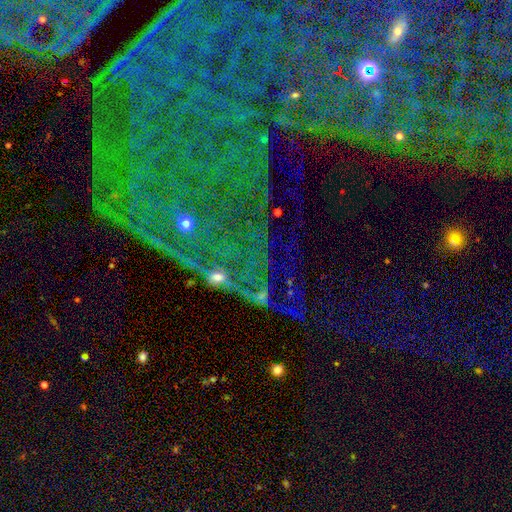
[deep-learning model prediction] smooth_or_featured: star or artifact (p=0.76) [alt: featured or disk p=0.14]